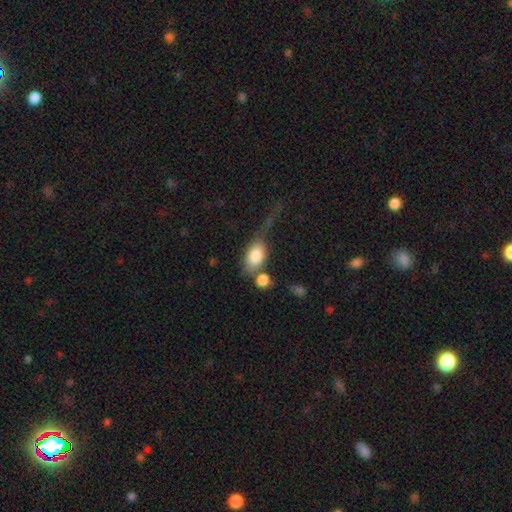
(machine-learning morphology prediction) Overall: smooth (78%). How rounded: in between (87%). Merging: none (34%; merger 27%).